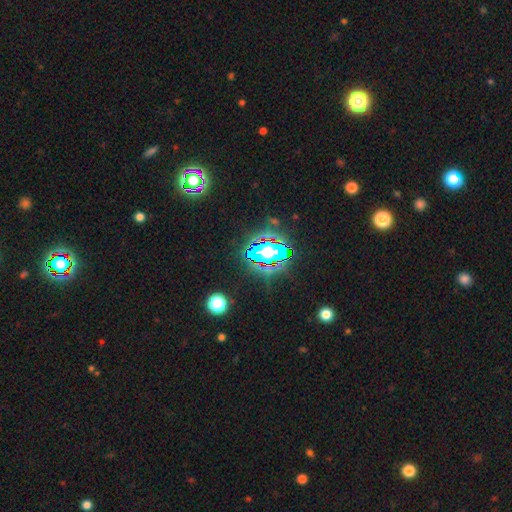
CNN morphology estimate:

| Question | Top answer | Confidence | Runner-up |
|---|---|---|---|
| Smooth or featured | star or artifact | 65% | smooth (20%) |